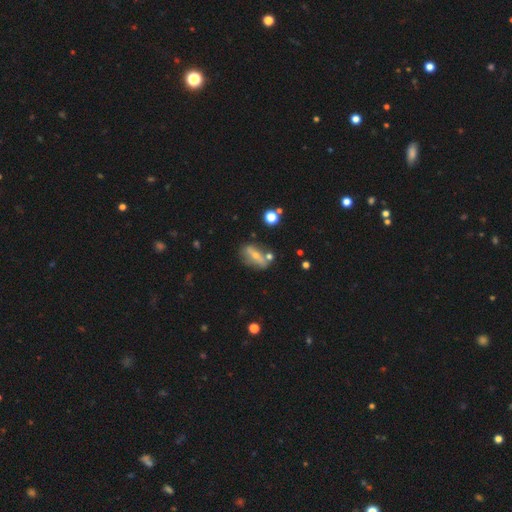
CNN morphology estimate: smooth-or-featured: featured or disk: 50% | smooth: 40% | star or artifact: 10%
  disk-edge-on: no: 59% | yes: 41%
  merging: none: 64% | minor disturbance: 18% | merger: 10% | major disturbance: 7%